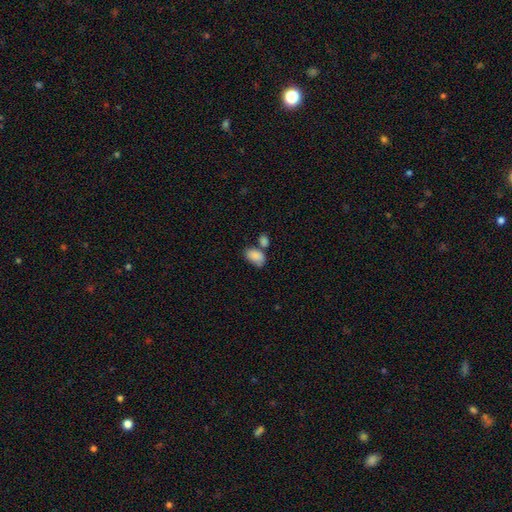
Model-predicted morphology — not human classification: smooth 85%, star or artifact 7%, featured or disk 7%. Down the decision tree: how rounded — in between (91%); merging — none (45%).